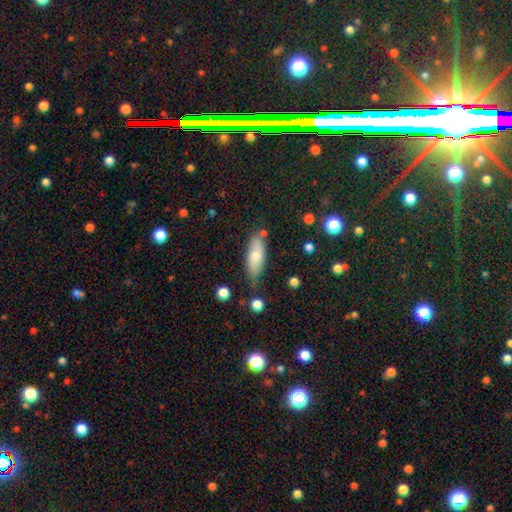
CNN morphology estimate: Q: Smooth or featured?
A: smooth (70%); runner-up: featured or disk (23%)
Q: How rounded?
A: in between (69%); runner-up: cigar-shaped (29%)
Q: Merging?
A: none (67%); runner-up: minor disturbance (22%)